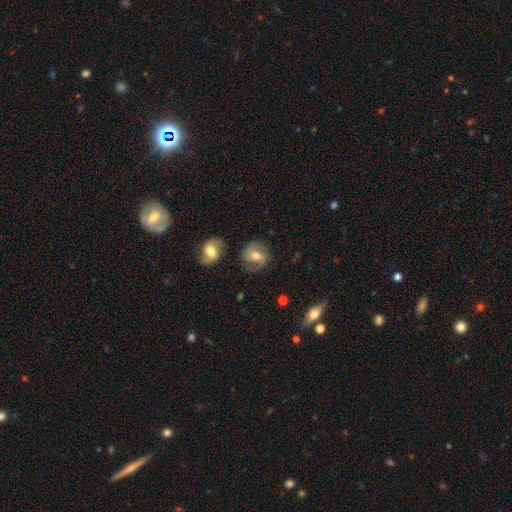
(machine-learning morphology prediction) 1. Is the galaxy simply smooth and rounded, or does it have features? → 57% featured or disk, 35% smooth, 8% star or artifact.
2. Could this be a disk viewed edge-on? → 96% no, 4% yes.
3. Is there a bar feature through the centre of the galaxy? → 43% weak, 34% no, 24% strong.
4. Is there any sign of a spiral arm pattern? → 81% yes, 19% no.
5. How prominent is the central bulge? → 68% moderate, 25% small, 5% large, 1% none, 1% dominant.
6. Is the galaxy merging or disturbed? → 71% none, 17% minor disturbance, 7% major disturbance, 5% merger.